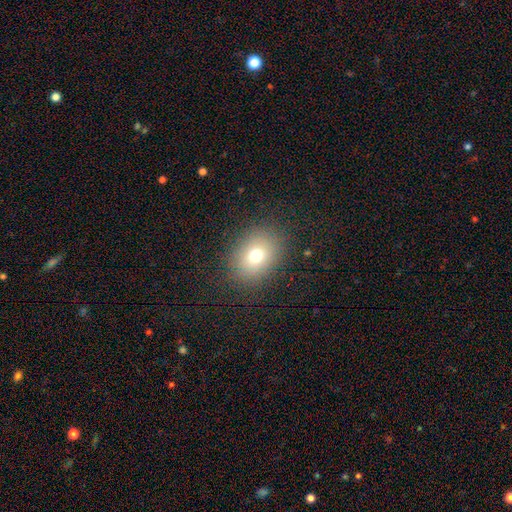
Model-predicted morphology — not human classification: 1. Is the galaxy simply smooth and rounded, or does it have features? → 73% smooth, 15% star or artifact, 12% featured or disk.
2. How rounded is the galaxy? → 54% in between, 45% round, 1% cigar-shaped.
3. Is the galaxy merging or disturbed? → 85% none, 9% minor disturbance, 4% major disturbance, 1% merger.